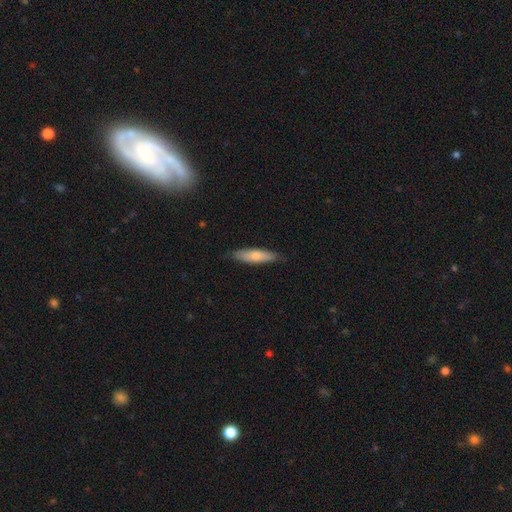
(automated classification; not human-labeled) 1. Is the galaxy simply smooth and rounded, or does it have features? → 73% smooth, 22% featured or disk, 5% star or artifact.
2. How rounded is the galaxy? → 67% cigar-shaped, 32% in between, 2% round.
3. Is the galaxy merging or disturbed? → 83% none, 14% minor disturbance, 2% major disturbance, 1% merger.